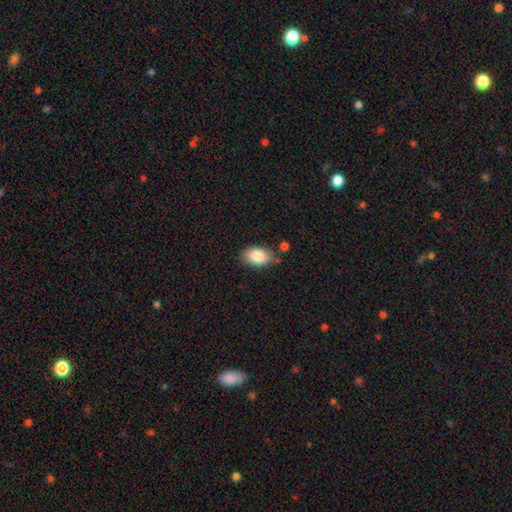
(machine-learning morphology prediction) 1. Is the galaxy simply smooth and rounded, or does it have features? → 85% smooth, 8% featured or disk, 7% star or artifact.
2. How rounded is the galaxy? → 91% in between, 7% round, 1% cigar-shaped.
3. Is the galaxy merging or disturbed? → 76% none, 16% minor disturbance, 5% merger, 3% major disturbance.